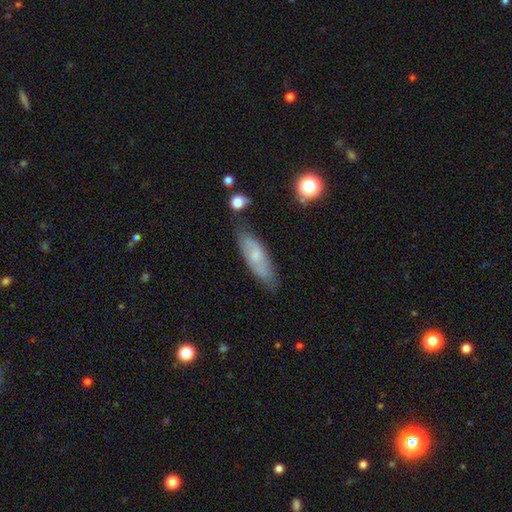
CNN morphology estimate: Smooth or featured? Predicted: smooth (p=0.53). How rounded? Predicted: in between (p=0.52). Merging? Predicted: none (p=0.75).